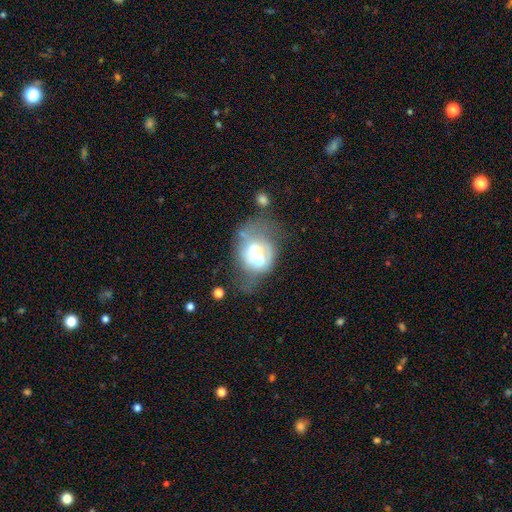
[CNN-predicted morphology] Overall: featured or disk (49%; smooth 41%). Merging: merger (31%; major disturbance 29%).